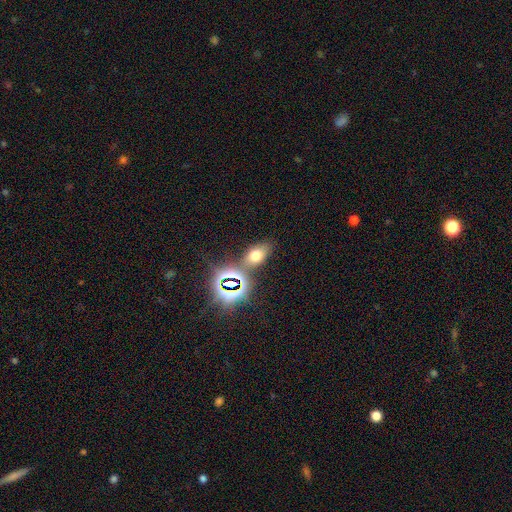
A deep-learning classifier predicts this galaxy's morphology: The model was most divided on "smooth or featured": smooth: 57%, star or artifact: 31%, featured or disk: 13%. More confident: how rounded — in between (81%); merging — none (73%).